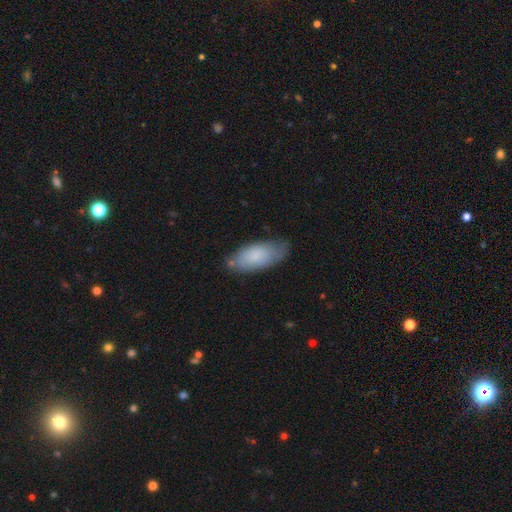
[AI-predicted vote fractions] Morphology: type=smooth (78%); roundness=in between (86%); merging=none (68%).